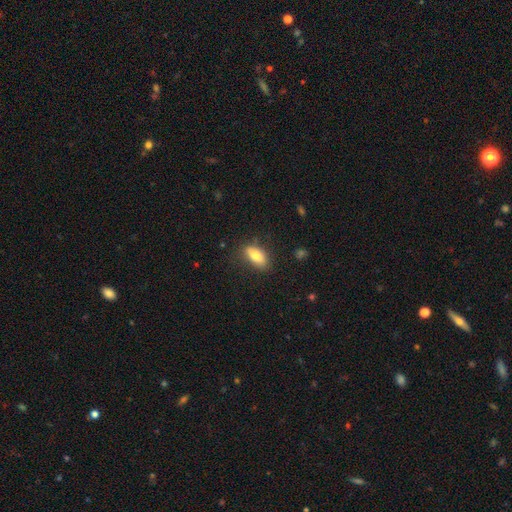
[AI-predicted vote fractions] This is likely a smooth galaxy (77%). How rounded: clearly in between (83%). Merging: clearly none (80%).